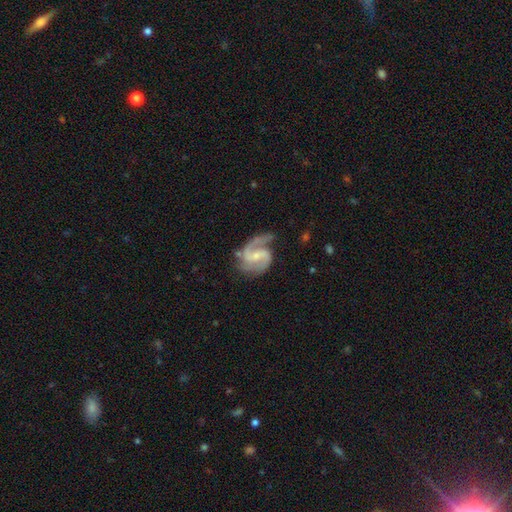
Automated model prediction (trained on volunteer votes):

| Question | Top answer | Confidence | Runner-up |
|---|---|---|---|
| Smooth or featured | featured or disk | 91% | smooth (5%) |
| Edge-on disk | no | 98% | yes (2%) |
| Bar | weak | 50% | no (31%) |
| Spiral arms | yes | 98% | no (2%) |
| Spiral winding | medium | 59% | loose (22%) |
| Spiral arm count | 2 | 86% | 3 (5%) |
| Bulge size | small | 62% | moderate (27%) |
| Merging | none | 63% | minor disturbance (22%) |